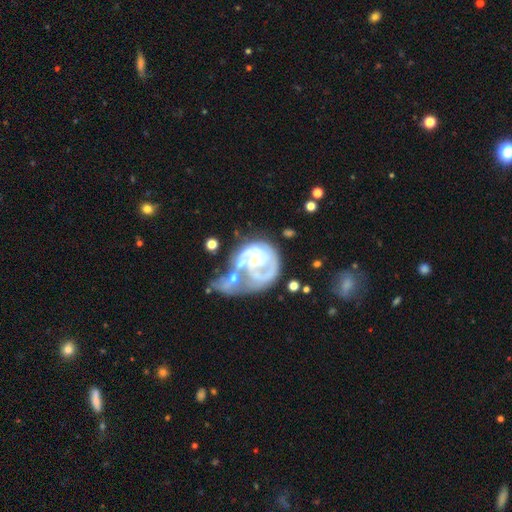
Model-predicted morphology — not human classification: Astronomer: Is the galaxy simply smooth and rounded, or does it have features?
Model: featured or disk — 79%.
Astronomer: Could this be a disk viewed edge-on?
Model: no — 98%.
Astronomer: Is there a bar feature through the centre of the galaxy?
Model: no — 65%.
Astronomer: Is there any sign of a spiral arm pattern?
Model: yes — 78%.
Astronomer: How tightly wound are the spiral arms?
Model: tight — 48% (runner-up: medium, 34%).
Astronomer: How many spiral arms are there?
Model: can't tell — 33% (runner-up: 2, 26%).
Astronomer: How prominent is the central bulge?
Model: small — 35% (runner-up: none, 34%).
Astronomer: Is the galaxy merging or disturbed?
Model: merger — 38% (runner-up: major disturbance, 25%).